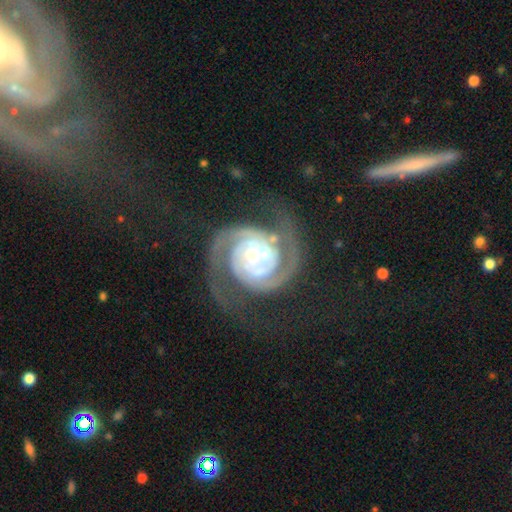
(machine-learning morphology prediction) Smooth or featured?
  - featured or disk: 91% *
  - star or artifact: 5%
  - smooth: 4%
Edge-on disk?
  - no: 98% *
  - yes: 2%
Bar?
  - no: 62% *
  - weak: 26%
  - strong: 12%
Spiral arms?
  - yes: 98% *
  - no: 2%
Spiral winding?
  - tight: 63% *
  - medium: 32%
  - loose: 6%
Spiral arm count?
  - 2: 83% *
  - 3: 7%
  - can't tell: 4%
  - 1: 2%
  - 4: 2%
  - more than 4: 2%
Bulge size?
  - small: 48% *
  - moderate: 43%
  - large: 5%
  - none: 2%
  - dominant: 1%
Merging?
  - none: 61% *
  - minor disturbance: 16%
  - major disturbance: 13%
  - merger: 10%